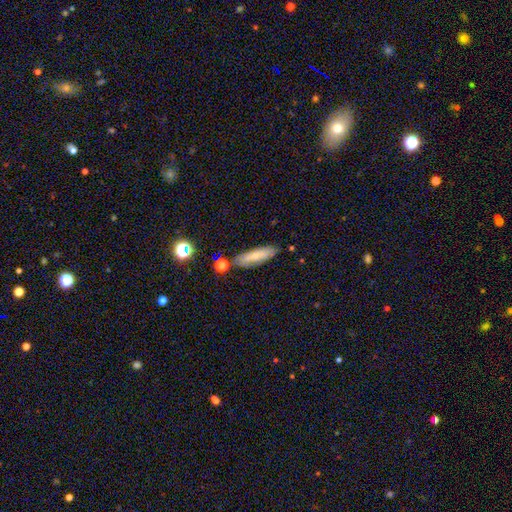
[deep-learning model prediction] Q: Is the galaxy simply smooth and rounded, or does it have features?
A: smooth — 65%.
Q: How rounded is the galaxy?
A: cigar-shaped — 65%.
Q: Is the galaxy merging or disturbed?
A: none — 75%.